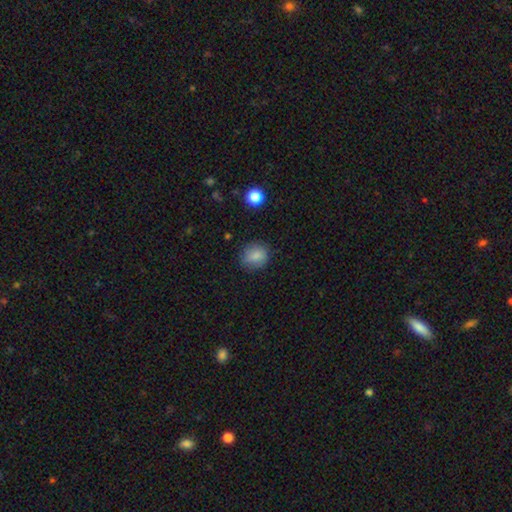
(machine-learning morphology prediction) This is clearly a smooth galaxy (83%). How rounded: likely round (76%). Merging: likely none (78%).